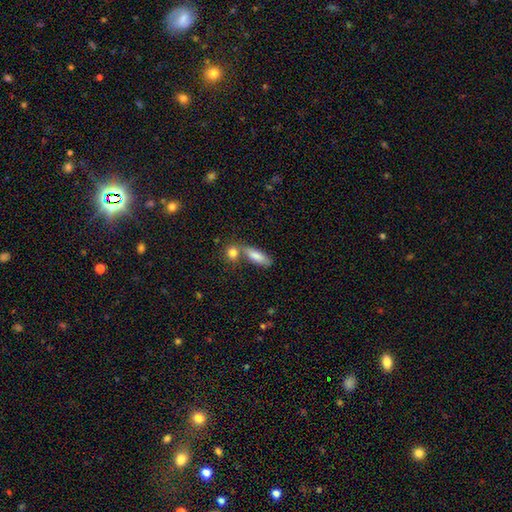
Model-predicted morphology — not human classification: Smooth or featured? Predicted: smooth (p=0.78). How rounded? Predicted: in between (p=0.53). Merging? Predicted: none (p=0.55).